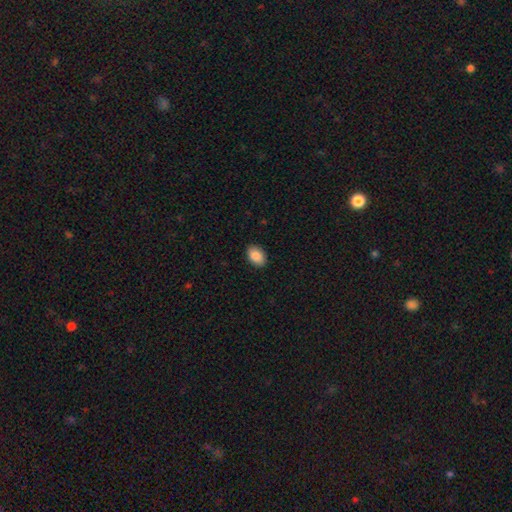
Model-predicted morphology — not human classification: Smooth or featured? Predicted: smooth (p=0.88). How rounded? Predicted: in between (p=0.83). Merging? Predicted: none (p=0.89).